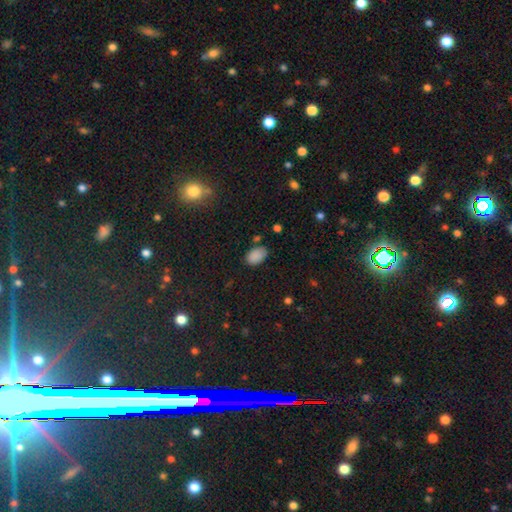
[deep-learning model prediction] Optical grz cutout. It shows a smooth galaxy with no disk features (86%) that is in between round and cigar-shaped (90%). Merging: none (77%).